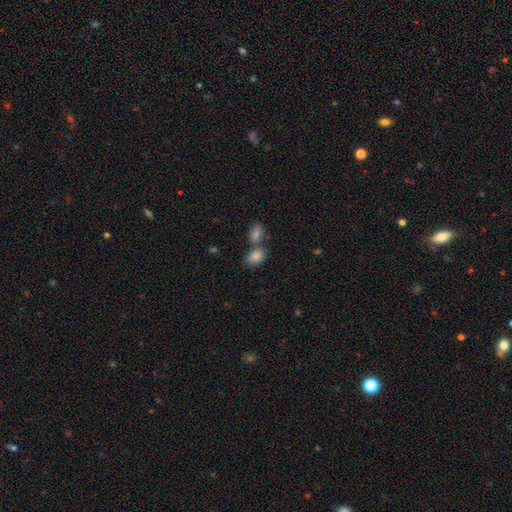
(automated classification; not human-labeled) Smooth or featured: smooth — 82% (star or artifact — 11%)
How rounded: in between — 74% (round — 25%)
Merging: none — 44% (merger — 41%)